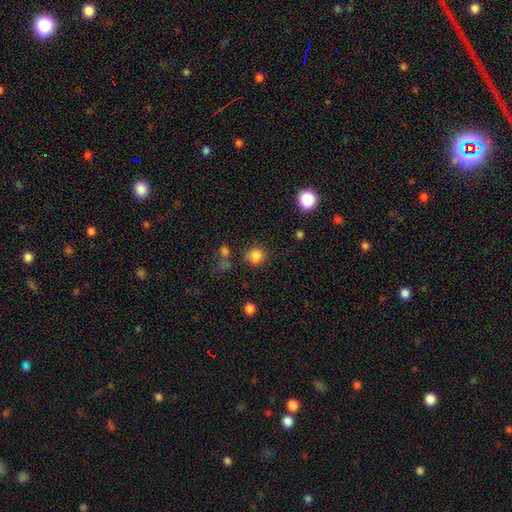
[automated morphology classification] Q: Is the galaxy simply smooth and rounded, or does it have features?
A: smooth — 83%.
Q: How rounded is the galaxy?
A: round — 86%.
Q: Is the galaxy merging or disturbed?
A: none — 76%.